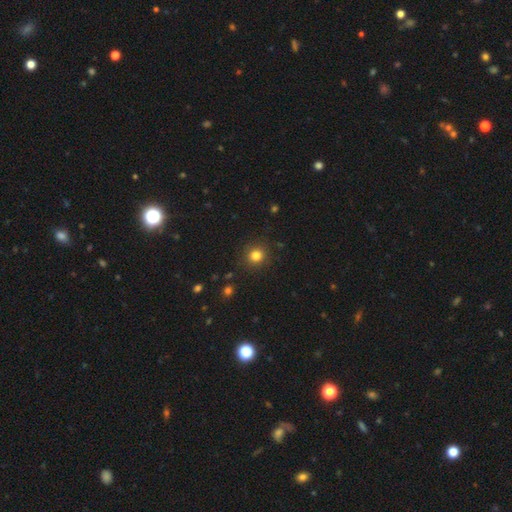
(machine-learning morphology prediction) Smooth or featured: smooth — 82% (star or artifact — 13%)
How rounded: round — 91% (in between — 8%)
Merging: none — 89% (minor disturbance — 7%)